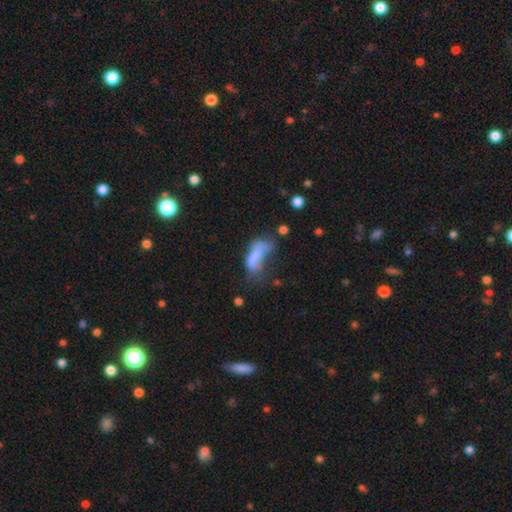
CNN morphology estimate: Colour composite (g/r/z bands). It shows a smooth galaxy with no disk features (66%) that is in between round and cigar-shaped (79%). Merging: major disturbance (45%).